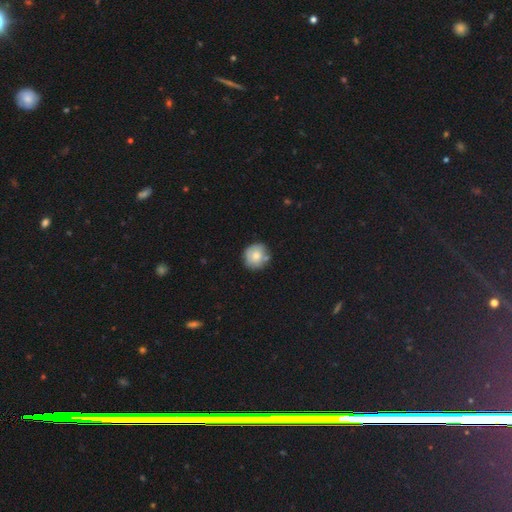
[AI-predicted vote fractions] Morphology: type=smooth (73%); roundness=round (87%); merging=none (69%).